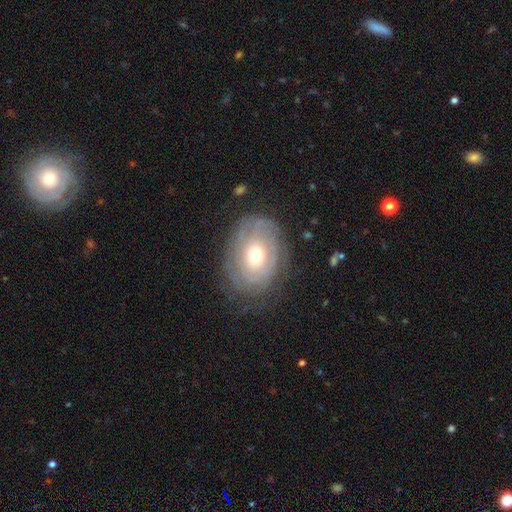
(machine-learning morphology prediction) smooth-or-featured: featured or disk: 66% | smooth: 26% | star or artifact: 7%
  disk-edge-on: no: 95% | yes: 5%
    bar: no: 79% | weak: 17% | strong: 4%
    has-spiral-arms: yes: 74% | no: 26%
    bulge-size: moderate: 59% | small: 33% | large: 6% | dominant: 1% | none: 1%
  merging: none: 72% | minor disturbance: 19% | major disturbance: 8% | merger: 1%